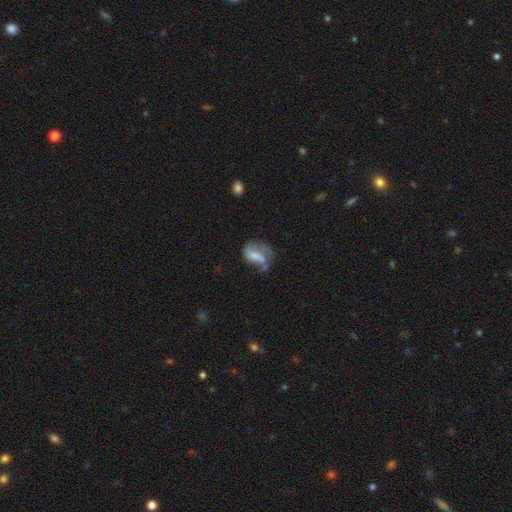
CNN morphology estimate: Smooth or featured? smooth (48%)
Merging? major disturbance (32%)